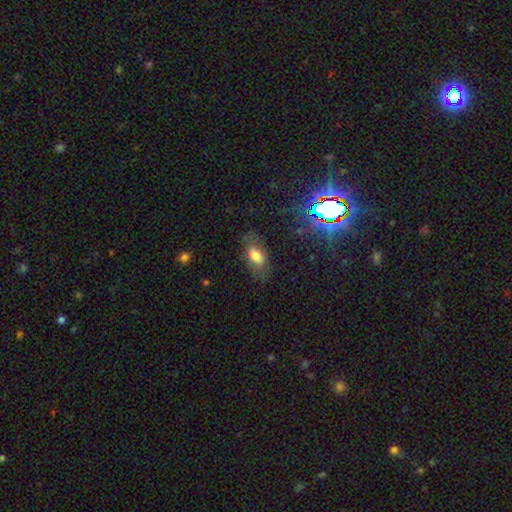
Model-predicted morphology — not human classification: smooth_or_featured: smooth (p=0.70) [alt: featured or disk p=0.19]
how_rounded: in between (p=0.88) [alt: cigar-shaped p=0.07]
merging: none (p=0.69) [alt: minor disturbance p=0.19]